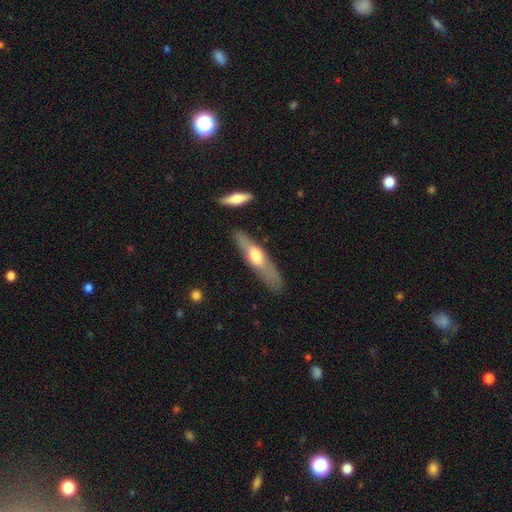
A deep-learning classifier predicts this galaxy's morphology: A featured or disk galaxy (52%) viewed edge-on (81%).

Vote fractions:
- Smooth or featured? featured or disk: 52% / smooth: 43% / star or artifact: 6%
- Edge-on disk? yes: 81% / no: 19%
- Merging? none: 78% / minor disturbance: 14% / major disturbance: 4% / merger: 4%